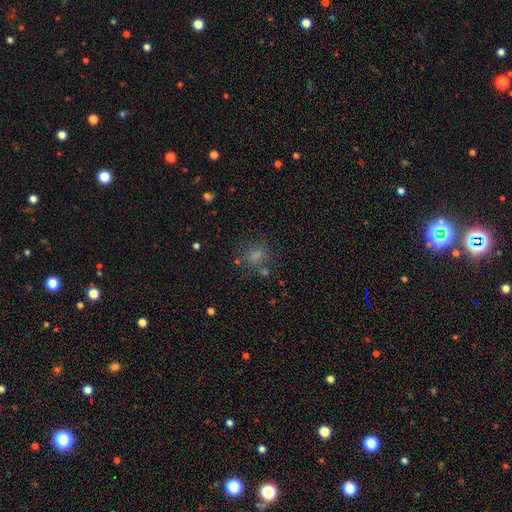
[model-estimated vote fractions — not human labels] A smooth galaxy with no disk features (70%) that is round (51%).

Vote fractions:
- Smooth or featured? smooth: 70% / star or artifact: 19% / featured or disk: 11%
- How rounded? round: 51% / in between: 47% / cigar-shaped: 2%
- Merging? none: 67% / minor disturbance: 16% / major disturbance: 9% / merger: 8%